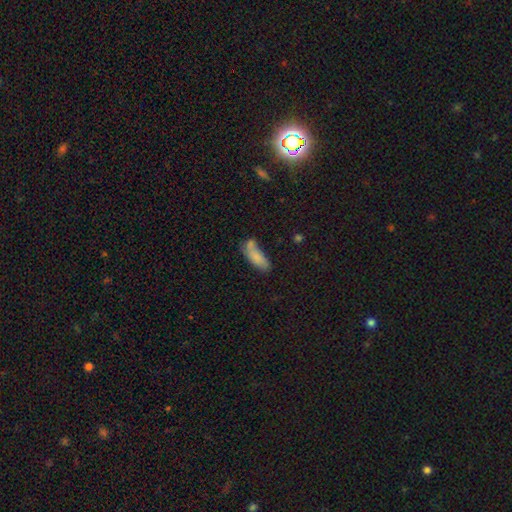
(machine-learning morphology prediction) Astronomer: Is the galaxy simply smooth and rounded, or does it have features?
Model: smooth — 80%.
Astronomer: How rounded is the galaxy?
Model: in between — 67%.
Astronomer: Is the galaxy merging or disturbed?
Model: none — 46% (runner-up: merger, 23%).